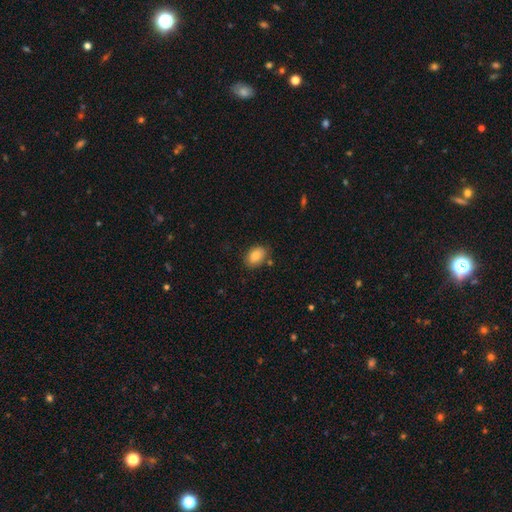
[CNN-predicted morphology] The model was most divided on "merging": none: 80%, minor disturbance: 13%, merger: 4%, major disturbance: 3%. More confident: smooth or featured — smooth (85%); how rounded — in between (84%).